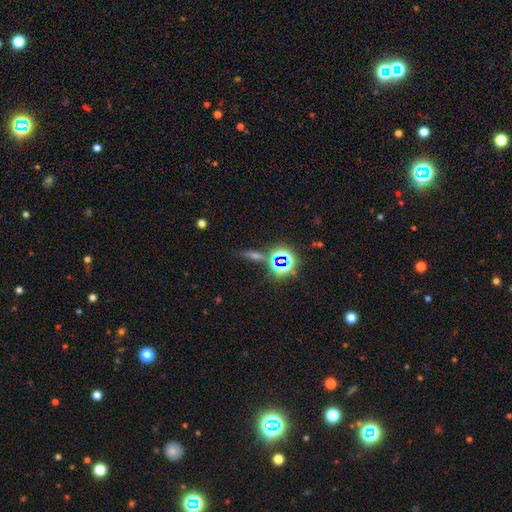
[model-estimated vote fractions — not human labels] smooth-or-featured: star or artifact: 51% | smooth: 30% | featured or disk: 18%